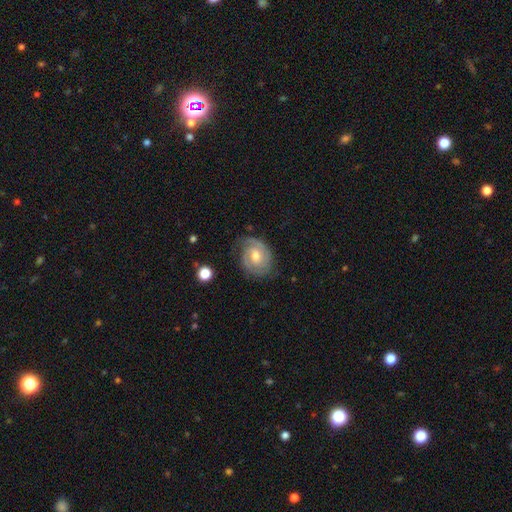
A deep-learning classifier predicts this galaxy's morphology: Smooth or featured? featured or disk (80%)
Edge-on disk? no (97%)
Bar? no (63%)
Spiral arms? yes (94%)
Spiral winding? tight (64%)
Spiral arm count? 2 (67%)
Bulge size? moderate (67%)
Merging? none (72%)